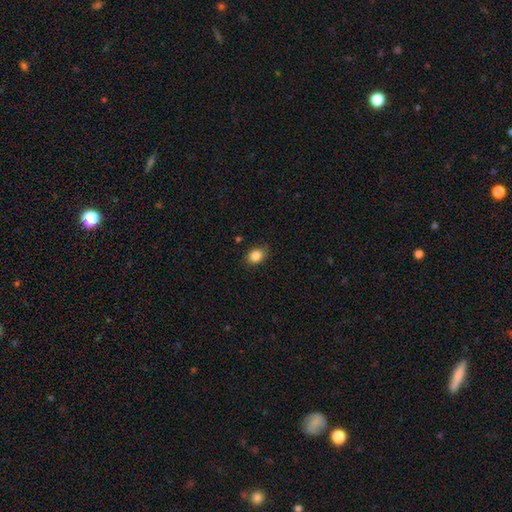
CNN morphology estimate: Smooth or featured? smooth (85%)
How rounded? in between (57%)
Merging? none (83%)